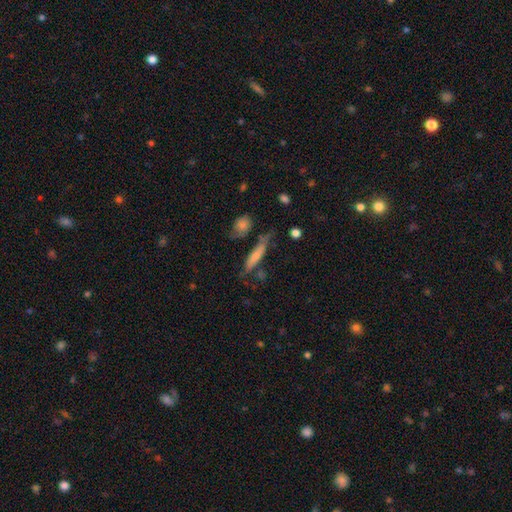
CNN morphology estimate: smooth-or-featured: smooth: 62% | featured or disk: 30% | star or artifact: 7%
  how-rounded: cigar-shaped: 81% | in between: 16% | round: 3%
  merging: none: 58% | minor disturbance: 23% | merger: 11% | major disturbance: 9%